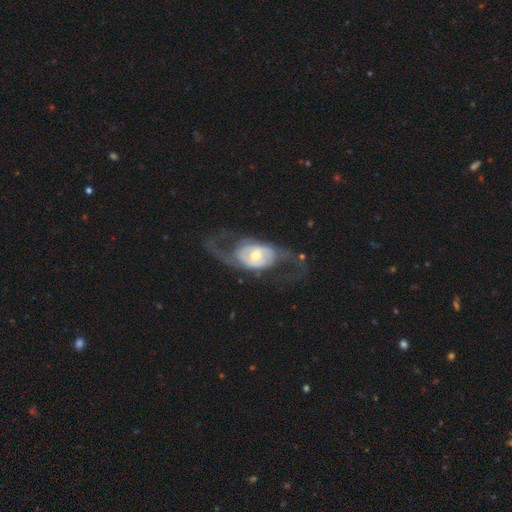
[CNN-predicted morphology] A featured or disk galaxy (80%) with no bar (55%), 2 (85%) loose (46%) spiral arms (76%) and a moderate central bulge (57%). Merging: none (57%).